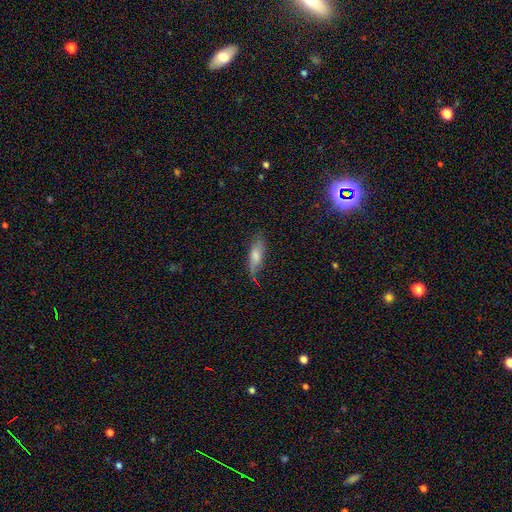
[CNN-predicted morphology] This appears to be a smooth galaxy with no disk features (70%) that is in between round and cigar-shaped (64%). Merging: none (64%).